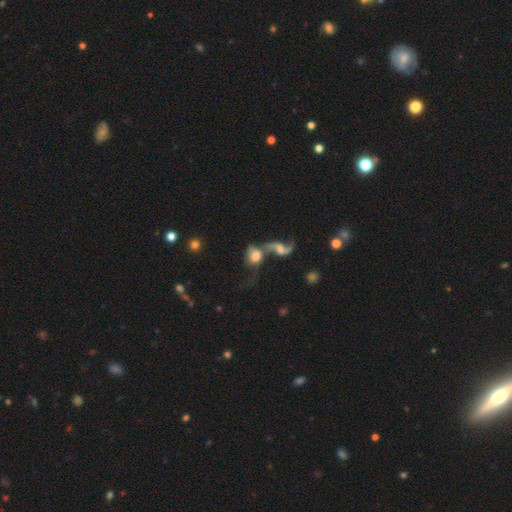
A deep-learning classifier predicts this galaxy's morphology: Q: Smooth or featured?
A: smooth (54%); runner-up: featured or disk (36%)
Q: How rounded?
A: round (53%); runner-up: in between (45%)
Q: Merging?
A: merger (63%); runner-up: none (18%)